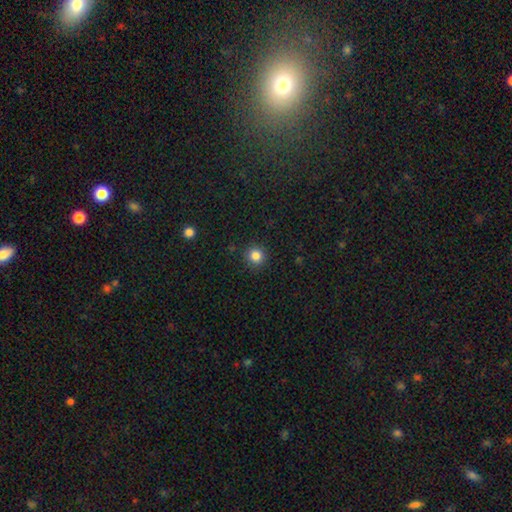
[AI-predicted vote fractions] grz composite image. It shows a smooth galaxy with no disk features (83%) that is round (93%). Merging: none (90%).